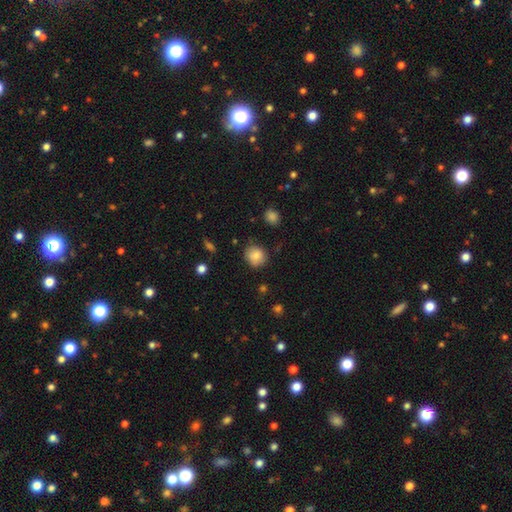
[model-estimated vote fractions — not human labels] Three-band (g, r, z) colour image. It shows a smooth galaxy with no disk features (83%) that is round (83%). Merging: none (78%).